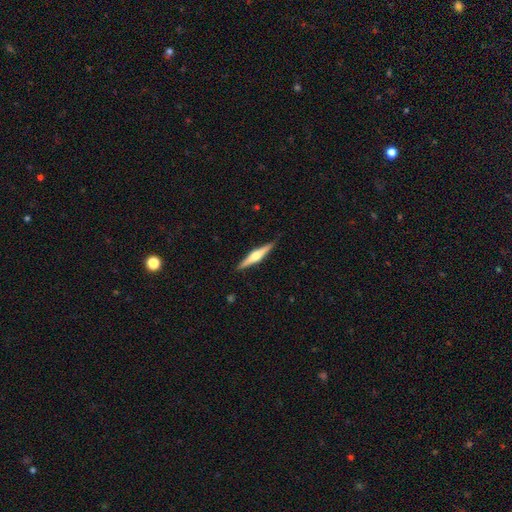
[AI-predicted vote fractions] This appears to be a featured or disk galaxy (73%) viewed edge-on (98%) with a rounded central bulge (90%). Merging: none (91%).